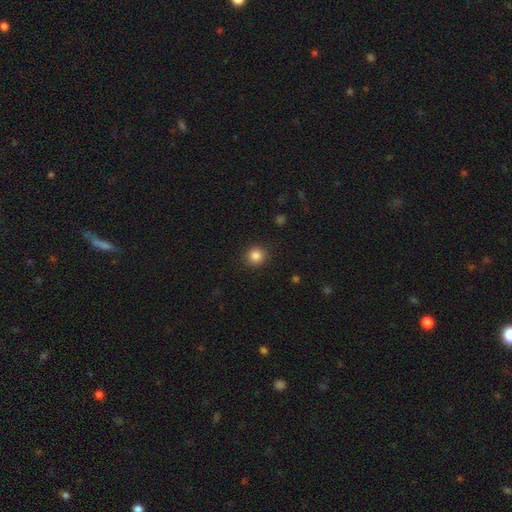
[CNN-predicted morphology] A smooth galaxy with no disk features (85%) that is round (91%).

Vote fractions:
- Smooth or featured? smooth: 85% / star or artifact: 11% / featured or disk: 4%
- How rounded? round: 91% / in between: 8% / cigar-shaped: 1%
- Merging? none: 90% / minor disturbance: 6% / major disturbance: 2% / merger: 1%